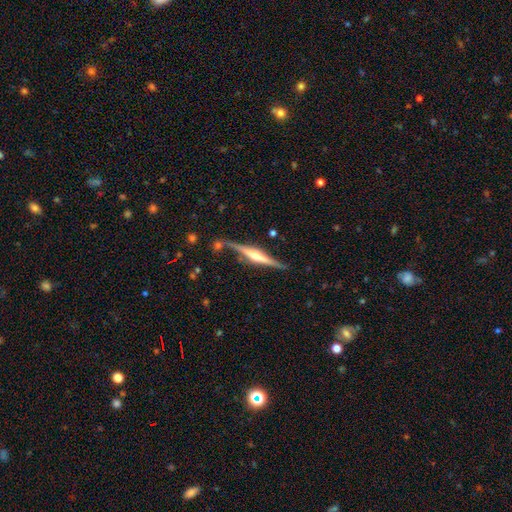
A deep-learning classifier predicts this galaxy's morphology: featured or disk 81%, smooth 14%, star or artifact 5%. Down the decision tree: edge-on disk — yes (97%); edge-on bulge — rounded (86%); merging — none (76%).